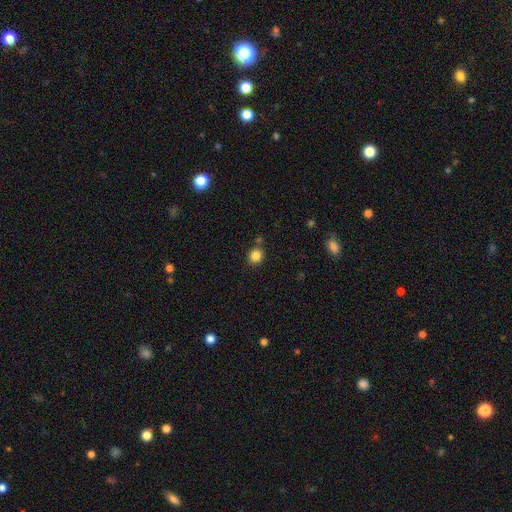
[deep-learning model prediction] This is clearly a smooth galaxy (84%). How rounded: clearly round (81%). Merging: clearly none (81%).